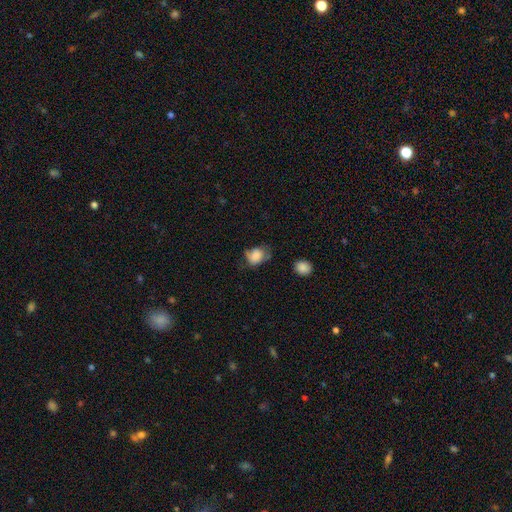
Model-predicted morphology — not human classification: This appears to be a smooth galaxy with no disk features (77%) that is in between round and cigar-shaped (58%). Merging: none (42%).